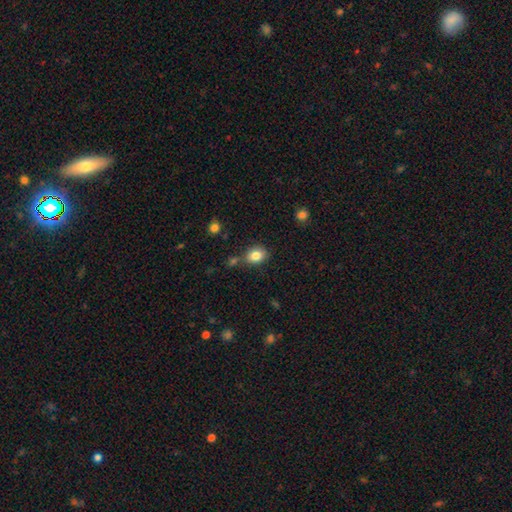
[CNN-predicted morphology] Overall: smooth (83%). How rounded: in between (55%; round 44%). Merging: none (73%).